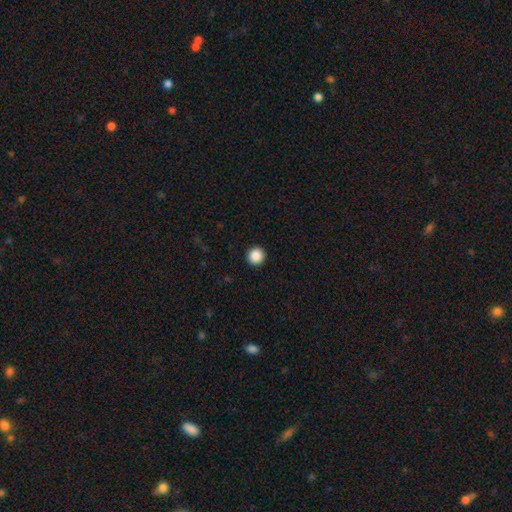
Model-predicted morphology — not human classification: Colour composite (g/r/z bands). It shows a smooth galaxy with no disk features (88%) that is round (95%). Merging: none (93%).